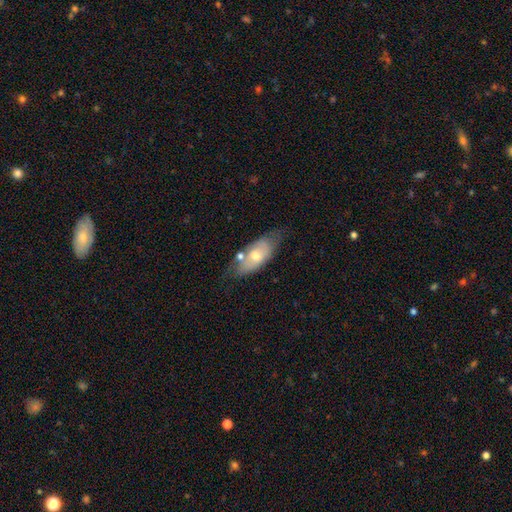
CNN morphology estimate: Overall: smooth (52%; featured or disk 42%). How rounded: in between (84%). Merging: none (58%; minor disturbance 24%).